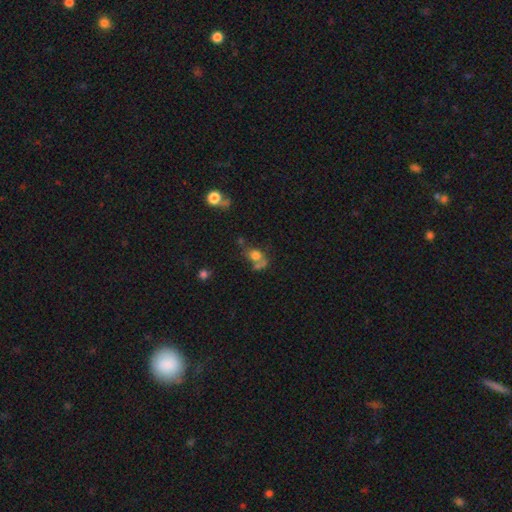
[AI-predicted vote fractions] Smooth or featured?
  - smooth: 67% *
  - featured or disk: 18%
  - star or artifact: 15%
How rounded?
  - in between: 51% *
  - round: 46%
  - cigar-shaped: 2%
Merging?
  - merger: 37% *
  - none: 33%
  - major disturbance: 16%
  - minor disturbance: 15%